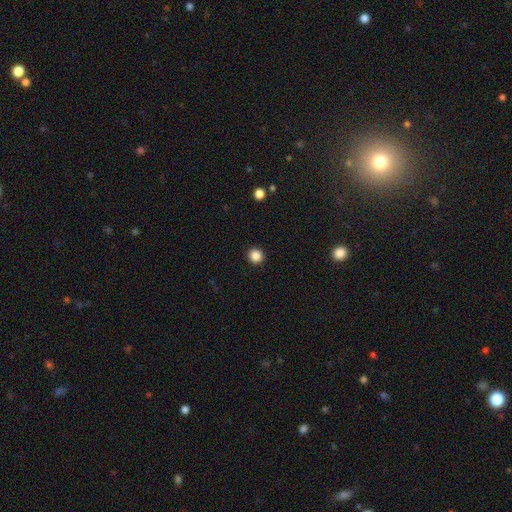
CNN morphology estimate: smooth 86%, star or artifact 11%, featured or disk 3%. Down the decision tree: how rounded — round (92%); merging — none (93%).